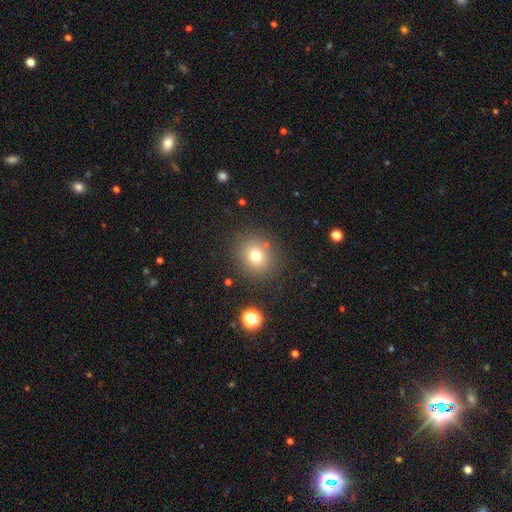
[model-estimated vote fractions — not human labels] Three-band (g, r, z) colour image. It shows a smooth galaxy with no disk features (73%) that is round (83%). Merging: none (84%).